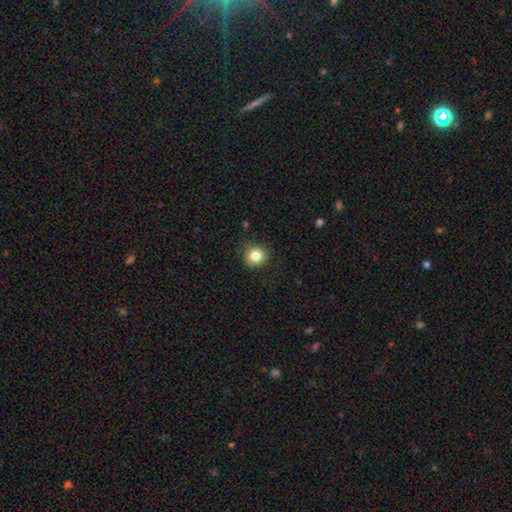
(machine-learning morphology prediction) type=smooth (83%); roundness=round (89%); merging=none (84%).